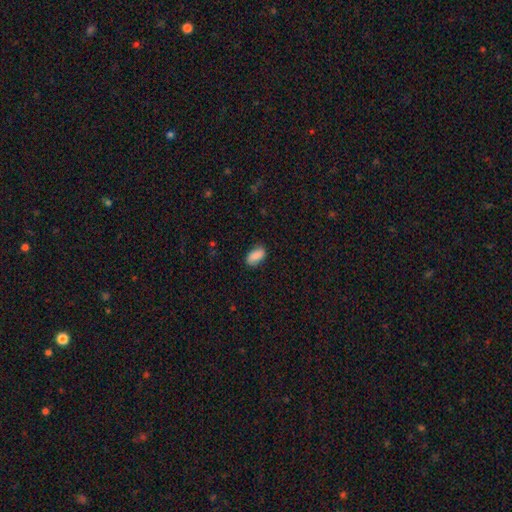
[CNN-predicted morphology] Smooth or featured? Predicted: smooth (p=0.87). How rounded? Predicted: in between (p=0.93). Merging? Predicted: none (p=0.82).